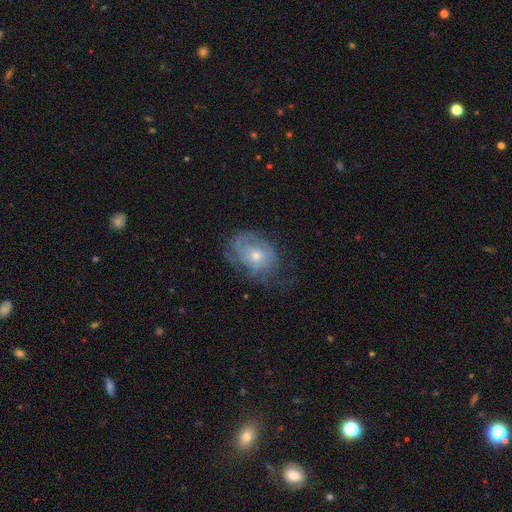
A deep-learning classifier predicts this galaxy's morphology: Smooth or featured? featured or disk (64%)
Edge-on disk? no (96%)
Bar? no (79%)
Spiral arms? yes (73%)
Bulge size? small (50%)
Merging? none (53%)